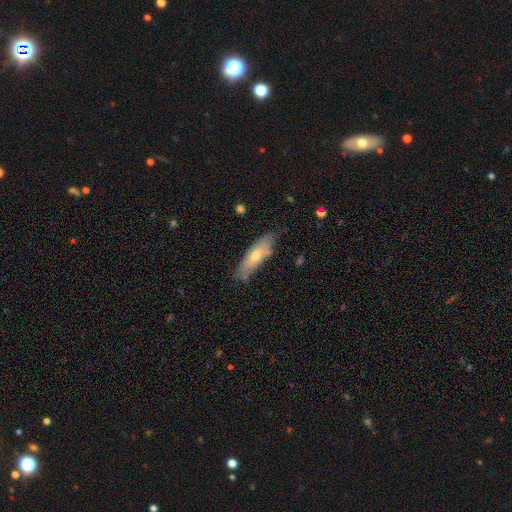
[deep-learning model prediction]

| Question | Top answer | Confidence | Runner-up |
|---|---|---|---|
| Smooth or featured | smooth | 56% | featured or disk (38%) |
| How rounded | cigar-shaped | 57% | in between (41%) |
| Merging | none | 72% | minor disturbance (21%) |